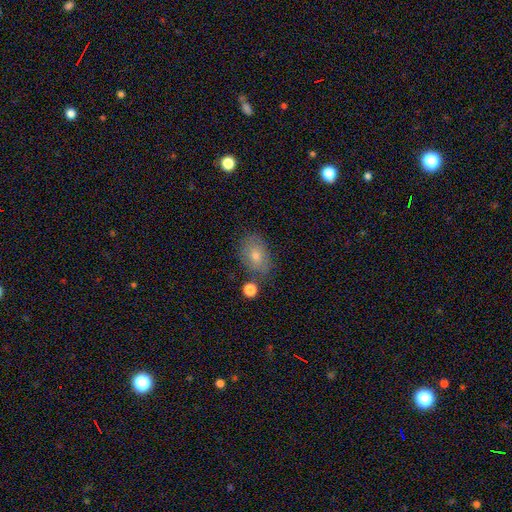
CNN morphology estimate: A smooth galaxy with no disk features (67%) that is in between round and cigar-shaped (80%).

Vote fractions:
- Smooth or featured? smooth: 67% / featured or disk: 21% / star or artifact: 12%
- How rounded? in between: 80% / round: 18% / cigar-shaped: 2%
- Merging? none: 75% / minor disturbance: 16% / merger: 5% / major disturbance: 4%